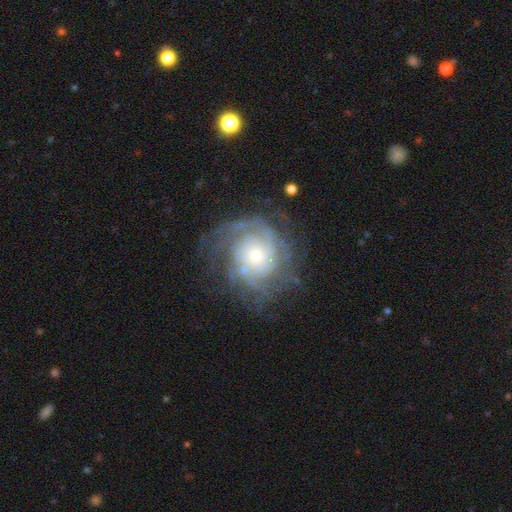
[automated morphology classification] Smooth or featured? featured or disk (82%)
Edge-on disk? no (97%)
Bar? no (79%)
Spiral arms? yes (93%)
Spiral winding? tight (64%)
Spiral arm count? can't tell (41%)
Bulge size? small (52%)
Merging? none (67%)